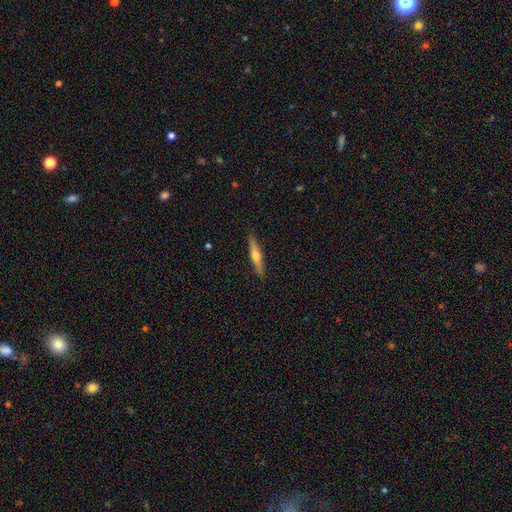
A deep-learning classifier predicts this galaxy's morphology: featured or disk 57%, smooth 37%, star or artifact 6%. Down the decision tree: edge-on disk — yes (95%); edge-on bulge — rounded (91%); merging — none (89%).